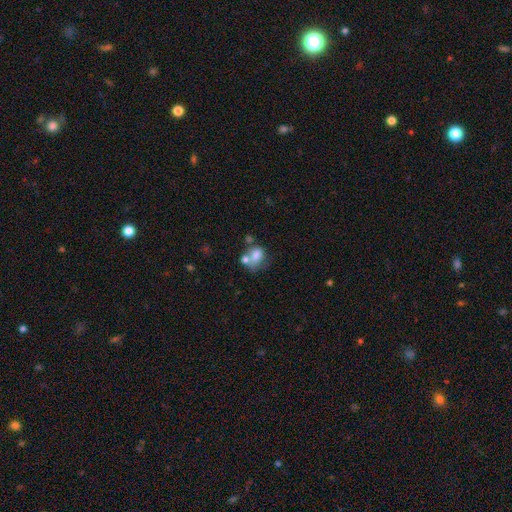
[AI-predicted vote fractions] smooth-or-featured: smooth: 70% | featured or disk: 19% | star or artifact: 11%
  how-rounded: in between: 58% | round: 41% | cigar-shaped: 1%
  merging: merger: 47% | none: 26% | minor disturbance: 14% | major disturbance: 13%